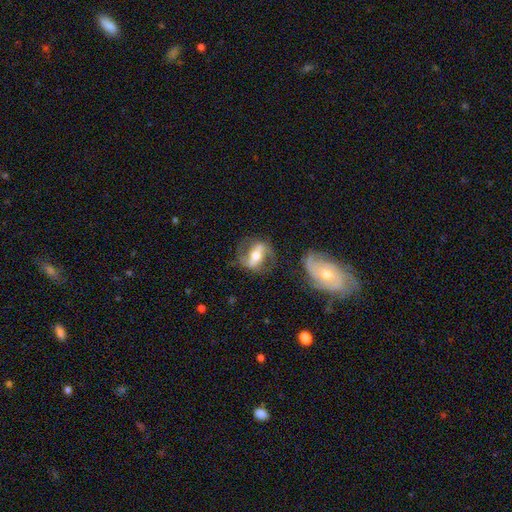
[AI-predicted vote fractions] Overall: featured or disk (75%). Edge-on disk: no (83%). Bar: strong (67%). Spiral arms: yes (77%). Bulge size: moderate (64%). Merging: none (68%).